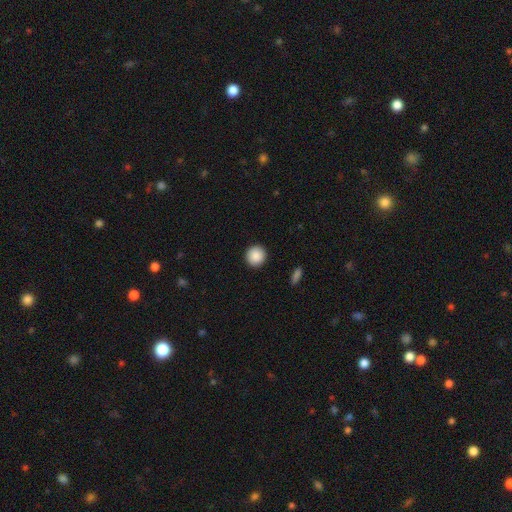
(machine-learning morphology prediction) The model was most divided on "smooth or featured": smooth: 89%, star or artifact: 7%, featured or disk: 3%. More confident: how rounded — round (93%); merging — none (93%).